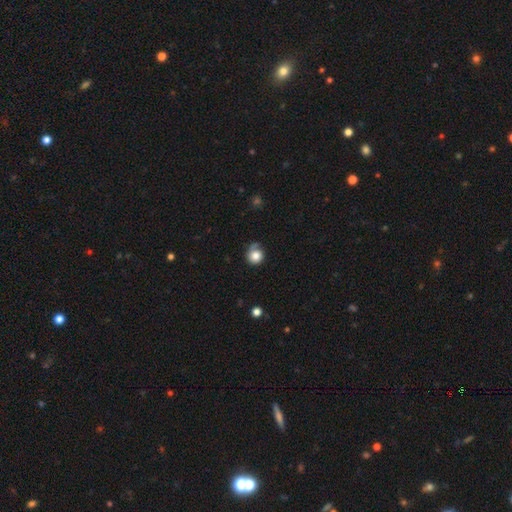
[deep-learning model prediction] Smooth or featured: smooth — 80% (featured or disk — 11%)
How rounded: round — 87% (in between — 12%)
Merging: none — 58% (minor disturbance — 27%)